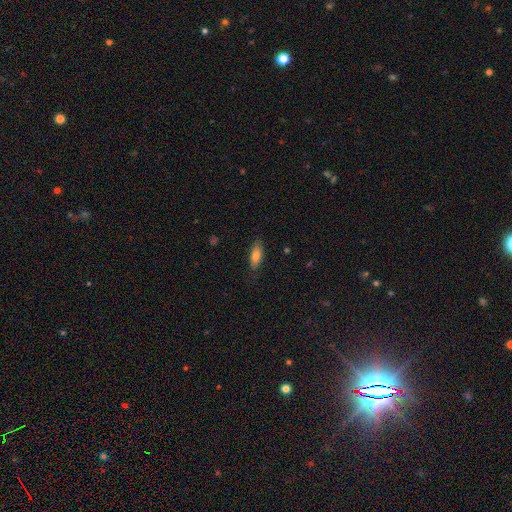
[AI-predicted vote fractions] Morphology: type=smooth (79%); roundness=in between (66%); merging=none (79%).